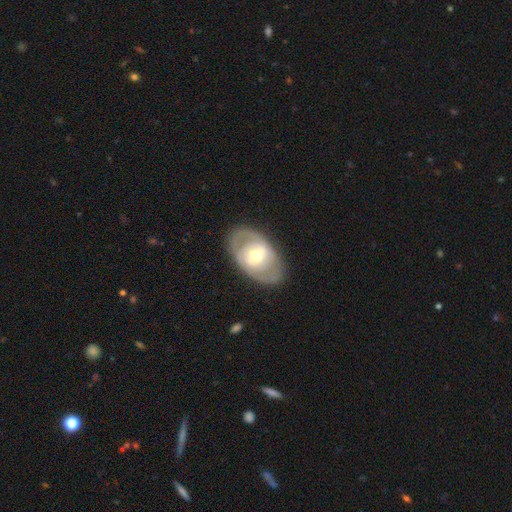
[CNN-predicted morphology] smooth_or_featured: featured or disk (p=0.67) [alt: smooth p=0.28]
disk_edge_on: no (p=0.92) [alt: yes p=0.08]
bar: no (p=0.45) [alt: weak p=0.37]
has_spiral_arms: yes (p=0.51) [alt: no p=0.49]
bulge_size: moderate (p=0.68) [alt: small p=0.22]
merging: none (p=0.80) [alt: minor disturbance p=0.14]